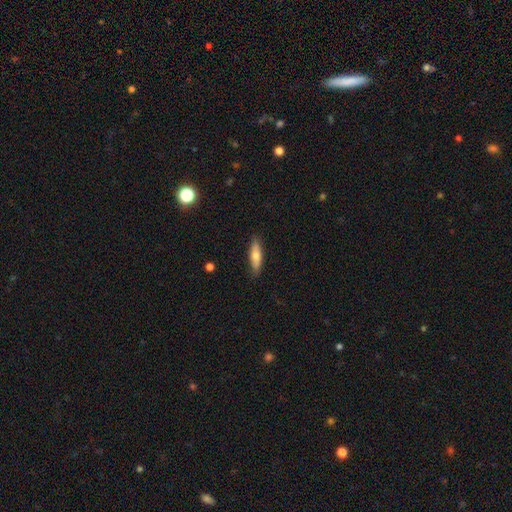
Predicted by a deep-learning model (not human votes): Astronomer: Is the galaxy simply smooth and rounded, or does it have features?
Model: smooth — 66%.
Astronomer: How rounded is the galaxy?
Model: cigar-shaped — 60% (runner-up: in between, 38%).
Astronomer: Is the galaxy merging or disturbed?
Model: none — 85%.